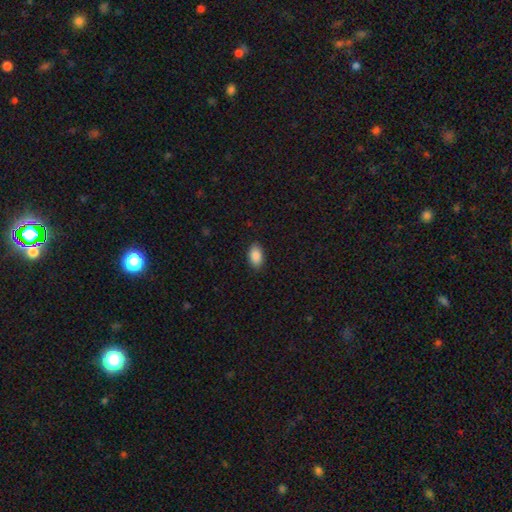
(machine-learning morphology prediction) Overall: smooth (89%). How rounded: in between (93%). Merging: none (88%).